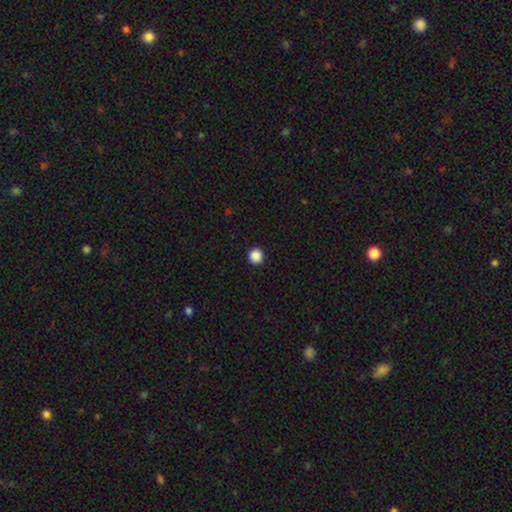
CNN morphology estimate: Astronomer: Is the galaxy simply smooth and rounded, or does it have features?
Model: smooth — 88%.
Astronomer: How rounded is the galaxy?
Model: round — 96%.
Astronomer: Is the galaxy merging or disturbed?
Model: none — 93%.